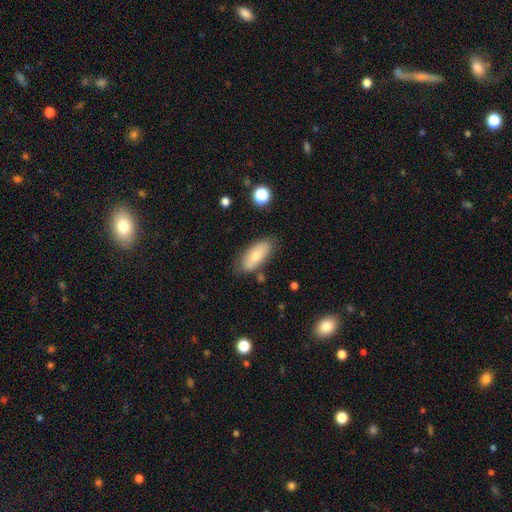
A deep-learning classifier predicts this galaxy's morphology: smooth_or_featured: smooth (p=0.69) [alt: featured or disk p=0.25]
how_rounded: in between (p=0.83) [alt: cigar-shaped p=0.14]
merging: none (p=0.78) [alt: minor disturbance p=0.16]